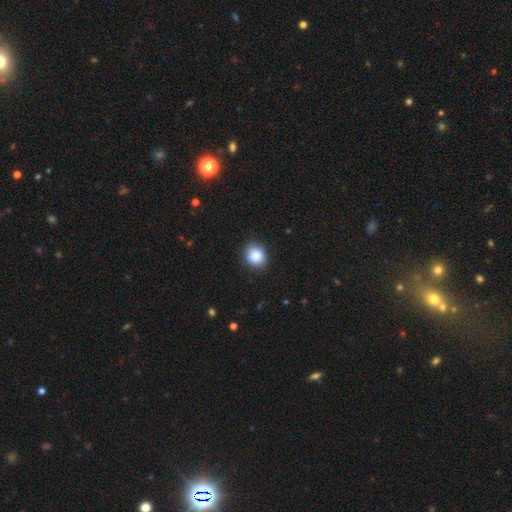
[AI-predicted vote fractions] Q: Smooth or featured?
A: smooth (87%); runner-up: star or artifact (9%)
Q: How rounded?
A: round (78%); runner-up: in between (21%)
Q: Merging?
A: none (87%); runner-up: minor disturbance (10%)